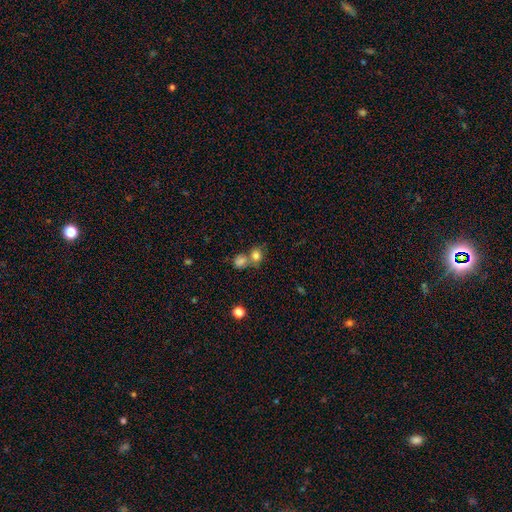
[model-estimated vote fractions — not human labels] A smooth galaxy with no disk features (78%) that is round (69%). Merging: merger (47%).